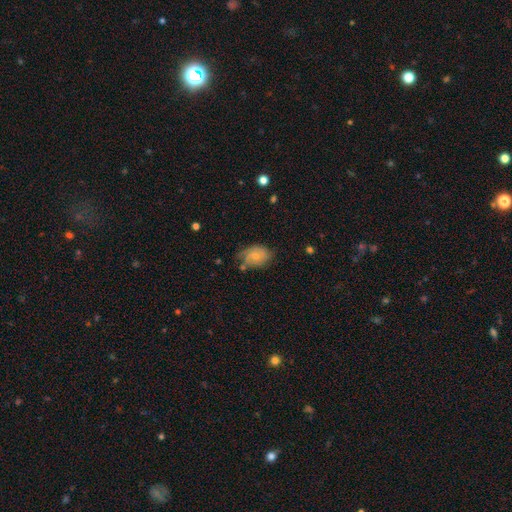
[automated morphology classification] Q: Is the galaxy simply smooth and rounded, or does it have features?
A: smooth — 47%.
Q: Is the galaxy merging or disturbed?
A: none — 49%.